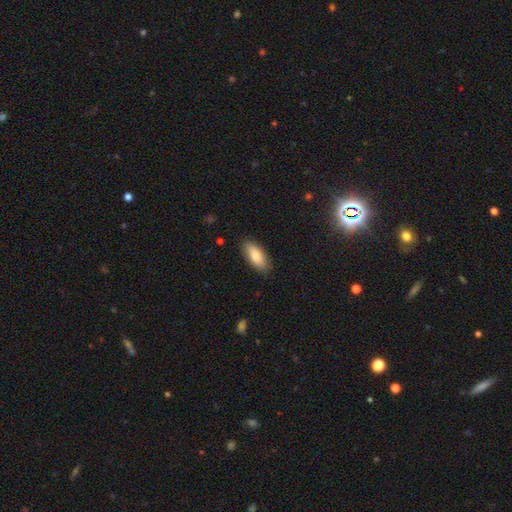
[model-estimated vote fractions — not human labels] smooth 84%, featured or disk 10%, star or artifact 6%. Down the decision tree: how rounded — in between (83%); merging — none (86%).